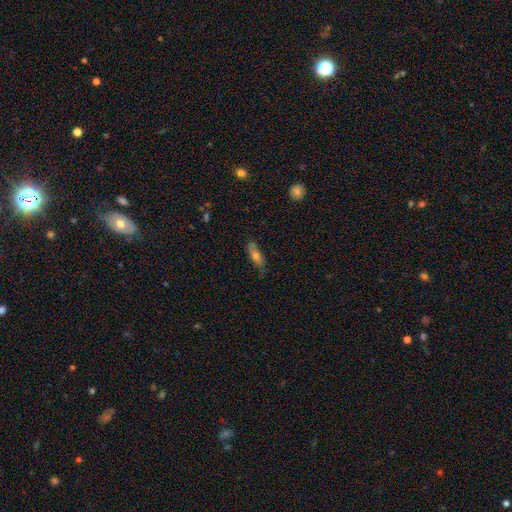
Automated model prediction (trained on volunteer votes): smooth_or_featured: smooth (p=0.59) [alt: featured or disk p=0.33]
how_rounded: in between (p=0.52) [alt: cigar-shaped p=0.45]
merging: none (p=0.73) [alt: minor disturbance p=0.21]